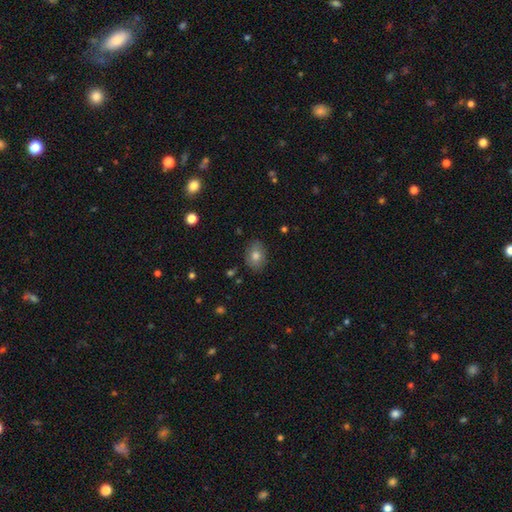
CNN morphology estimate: Smooth or featured? Predicted: smooth (p=0.77). How rounded? Predicted: in between (p=0.67). Merging? Predicted: none (p=0.84).